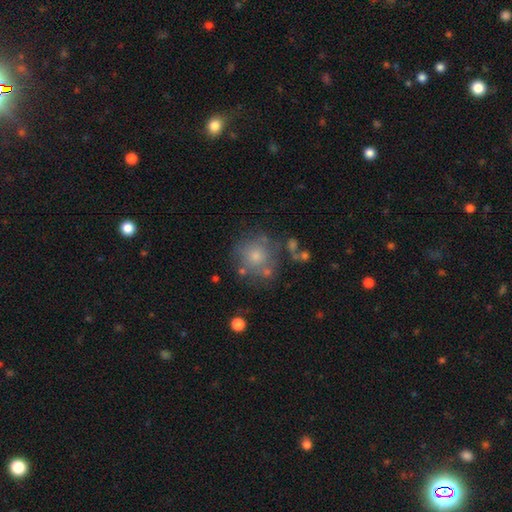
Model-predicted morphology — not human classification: type=smooth (60%); roundness=round (89%); merging=none (64%).